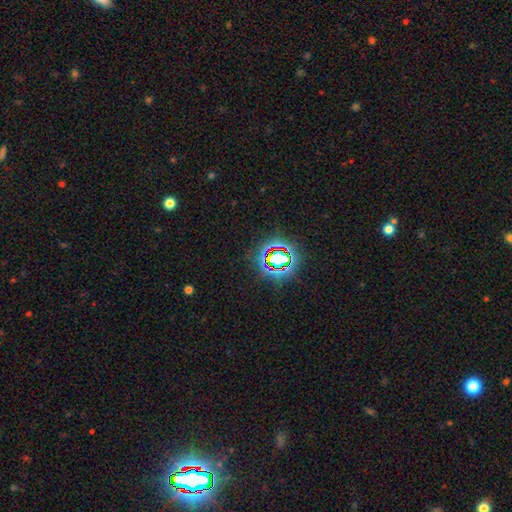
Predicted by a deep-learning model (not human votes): Morphology: type=star or artifact (74%).